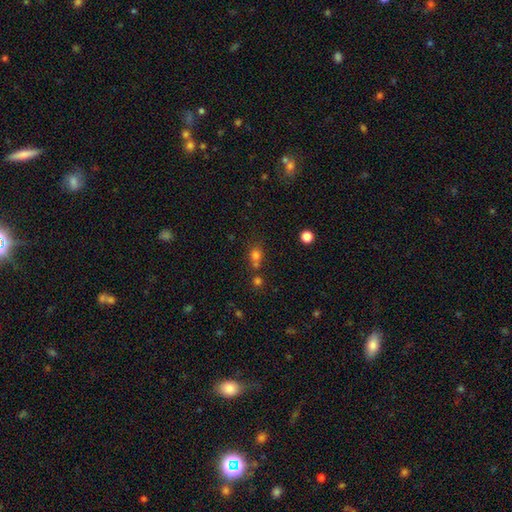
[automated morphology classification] A smooth galaxy with no disk features (74%) that is round (77%). Merging: none (50%).